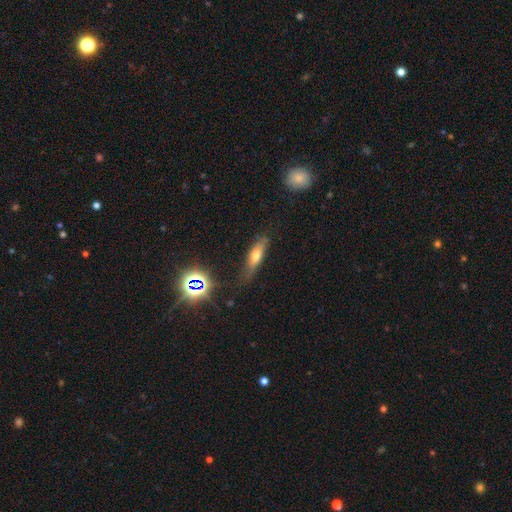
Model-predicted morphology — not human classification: Overall: smooth (56%; featured or disk 30%). How rounded: cigar-shaped (57%; in between 39%). Merging: none (68%).